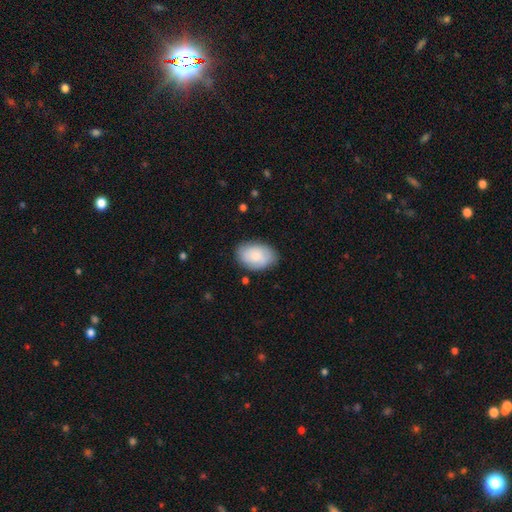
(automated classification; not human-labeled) Smooth or featured: smooth — 82% (featured or disk — 12%)
How rounded: in between — 89% (round — 10%)
Merging: none — 81% (minor disturbance — 15%)